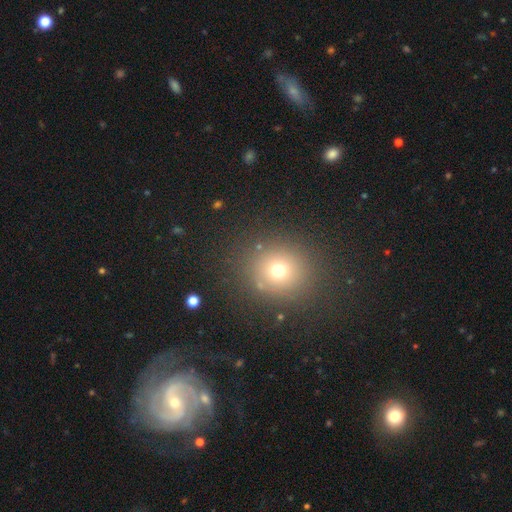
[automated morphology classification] smooth 53%, featured or disk 26%, star or artifact 21%. Down the decision tree: how rounded — round (82%); merging — none (87%).